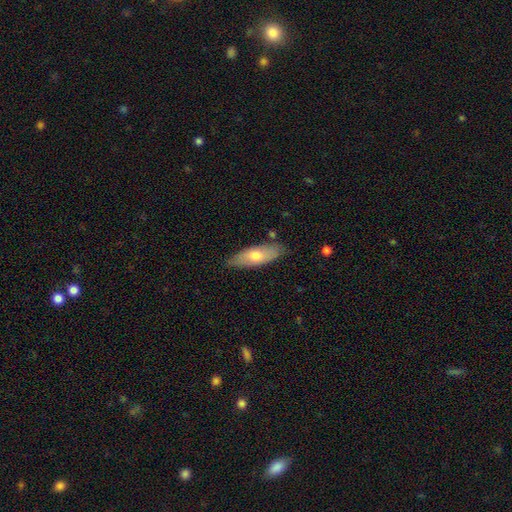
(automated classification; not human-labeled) A smooth galaxy with no disk features (62%) that is in between round and cigar-shaped (64%). Merging: none (81%).